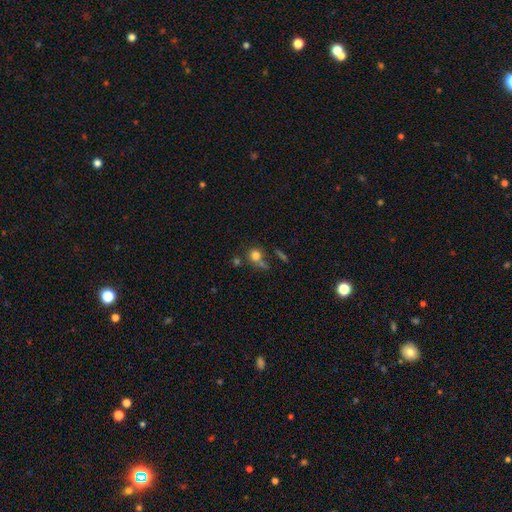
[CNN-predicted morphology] Overall: smooth (76%). How rounded: round (87%). Merging: none (56%; merger 22%).